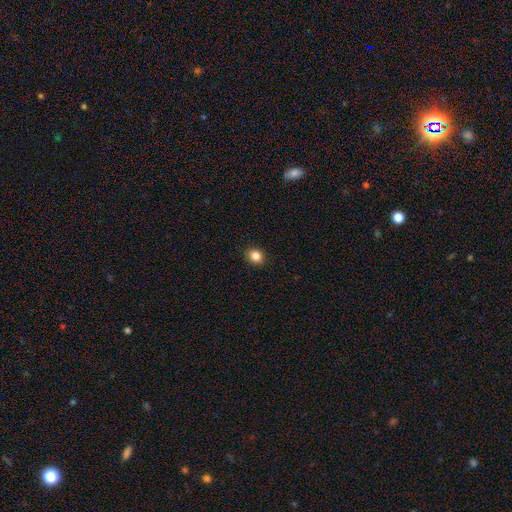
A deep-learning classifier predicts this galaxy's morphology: smooth 84%, star or artifact 11%, featured or disk 5%. Down the decision tree: how rounded — round (74%); merging — none (91%).